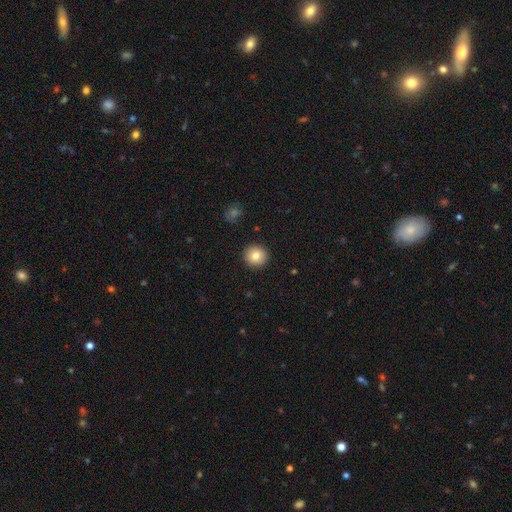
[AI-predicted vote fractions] smooth-or-featured: smooth: 82% | star or artifact: 9% | featured or disk: 9%
  how-rounded: round: 94% | in between: 5% | cigar-shaped: 1%
  merging: none: 92% | minor disturbance: 5% | major disturbance: 2% | merger: 1%